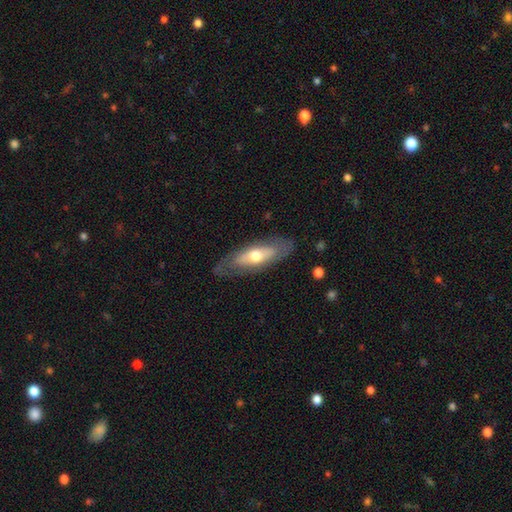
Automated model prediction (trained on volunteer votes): Morphology: type=featured or disk (51%); edge-on=no (65%); merging=none (77%).